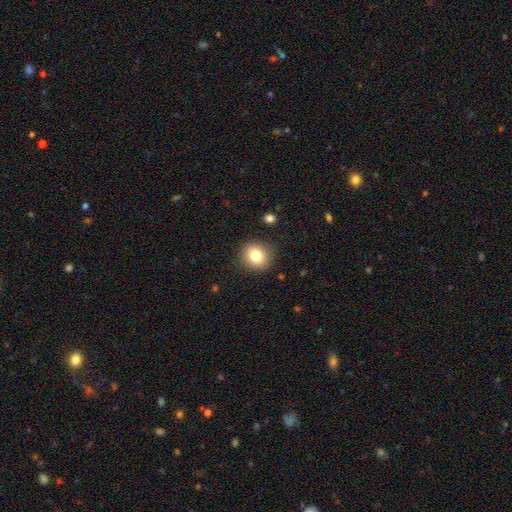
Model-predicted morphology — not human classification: This appears to be a smooth galaxy with no disk features (82%) that is round (79%). Merging: none (88%).